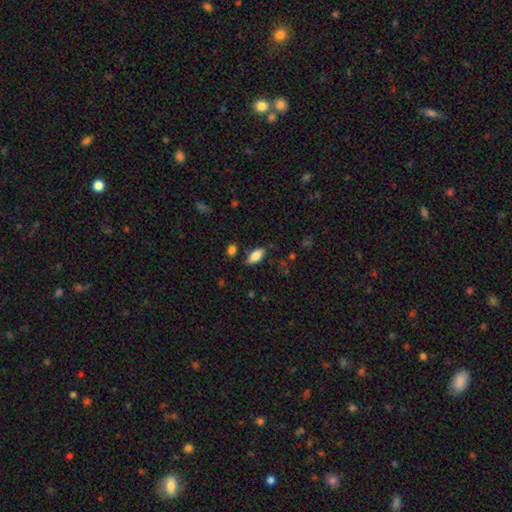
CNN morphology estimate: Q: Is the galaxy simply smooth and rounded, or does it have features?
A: smooth — 80%.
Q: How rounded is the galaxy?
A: in between — 86%.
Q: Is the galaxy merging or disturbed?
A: none — 78%.